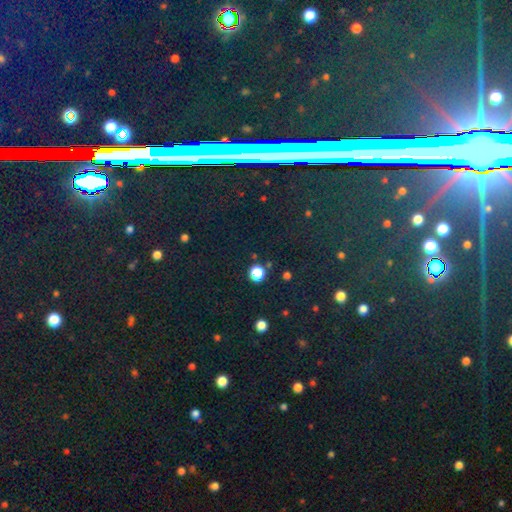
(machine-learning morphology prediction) Overall: star or artifact (80%).